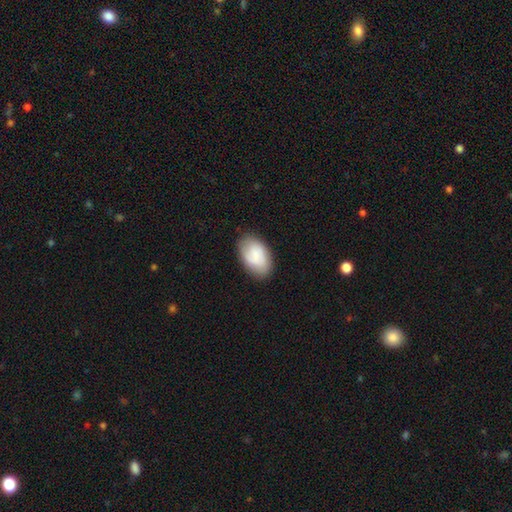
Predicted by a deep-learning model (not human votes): This appears to be a smooth galaxy with no disk features (76%) that is in between round and cigar-shaped (92%). Merging: none (80%).